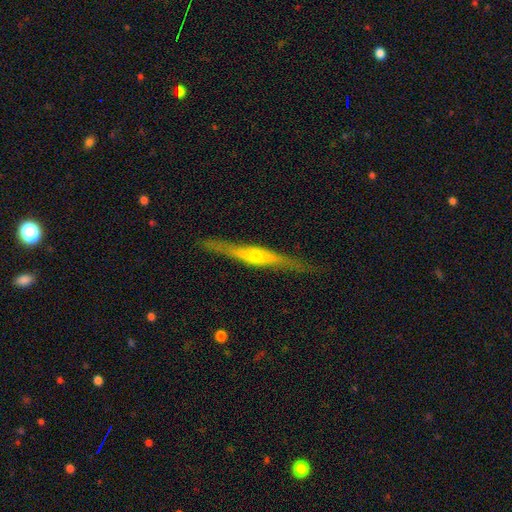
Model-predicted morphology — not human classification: Q: Smooth or featured?
A: featured or disk (76%); runner-up: smooth (18%)
Q: Edge-on disk?
A: yes (96%); runner-up: no (4%)
Q: Edge-on bulge?
A: rounded (78%); runner-up: none (14%)
Q: Merging?
A: none (86%); runner-up: minor disturbance (10%)